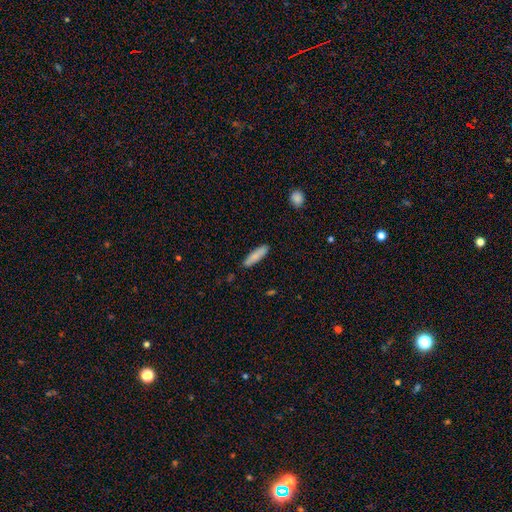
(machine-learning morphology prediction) smooth_or_featured: smooth (p=0.81) [alt: featured or disk p=0.13]
how_rounded: cigar-shaped (p=0.67) [alt: in between p=0.31]
merging: none (p=0.87) [alt: minor disturbance p=0.10]